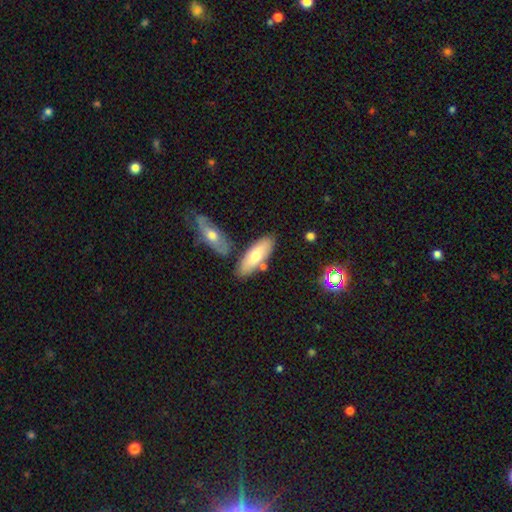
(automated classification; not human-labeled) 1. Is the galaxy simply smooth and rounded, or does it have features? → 66% smooth, 28% featured or disk, 6% star or artifact.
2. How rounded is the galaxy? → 64% in between, 34% cigar-shaped, 2% round.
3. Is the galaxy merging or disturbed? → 74% none, 12% minor disturbance, 11% merger, 3% major disturbance.